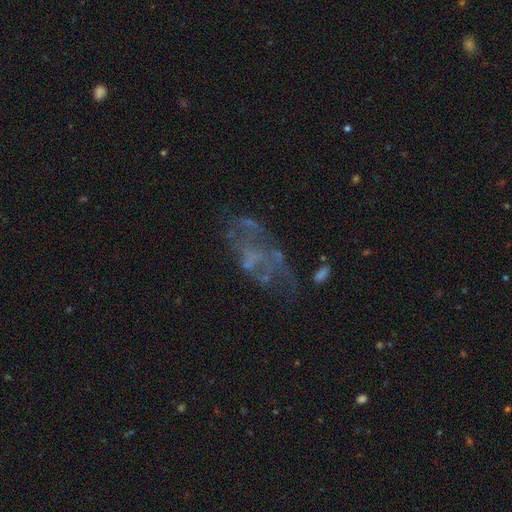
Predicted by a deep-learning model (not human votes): Q: Smooth or featured?
A: featured or disk (60%); runner-up: smooth (20%)
Q: Edge-on disk?
A: no (95%); runner-up: yes (5%)
Q: Bar?
A: no (88%); runner-up: weak (10%)
Q: Spiral arms?
A: no (79%); runner-up: yes (21%)
Q: Bulge size?
A: none (76%); runner-up: small (14%)
Q: Merging?
A: none (46%); runner-up: major disturbance (29%)